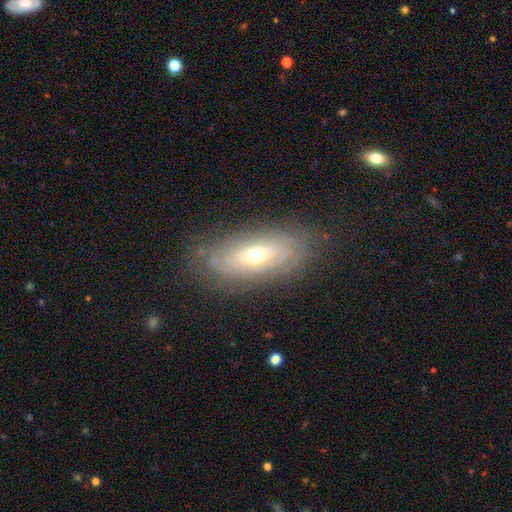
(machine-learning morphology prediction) Q: Smooth or featured?
A: featured or disk (67%); runner-up: smooth (25%)
Q: Edge-on disk?
A: no (83%); runner-up: yes (17%)
Q: Bar?
A: no (66%); runner-up: weak (25%)
Q: Spiral arms?
A: yes (67%); runner-up: no (33%)
Q: Bulge size?
A: moderate (56%); runner-up: small (39%)
Q: Merging?
A: none (78%); runner-up: minor disturbance (15%)